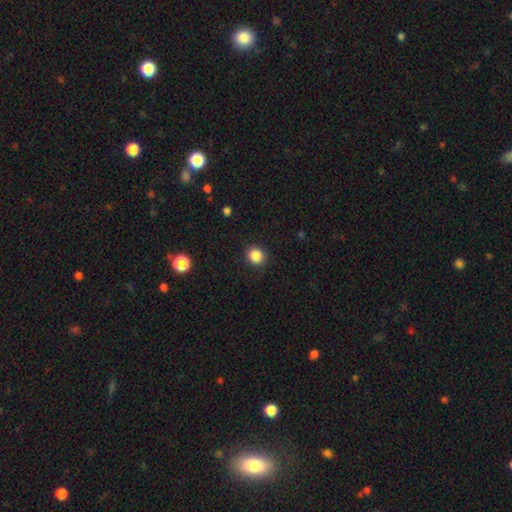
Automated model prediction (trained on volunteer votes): smooth_or_featured: smooth (p=0.87) [alt: star or artifact p=0.10]
how_rounded: round (p=0.86) [alt: in between p=0.13]
merging: none (p=0.91) [alt: minor disturbance p=0.06]